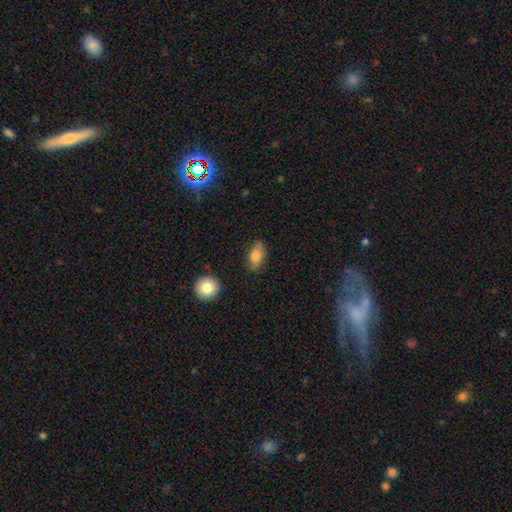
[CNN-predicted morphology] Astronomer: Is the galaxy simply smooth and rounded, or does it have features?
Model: smooth — 82%.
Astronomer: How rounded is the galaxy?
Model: in between — 88%.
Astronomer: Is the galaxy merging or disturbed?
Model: none — 81%.